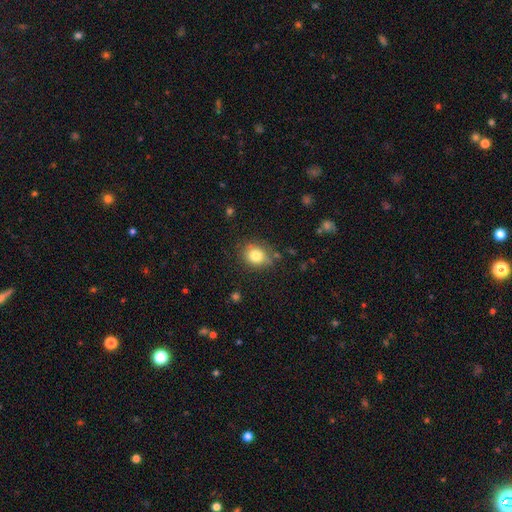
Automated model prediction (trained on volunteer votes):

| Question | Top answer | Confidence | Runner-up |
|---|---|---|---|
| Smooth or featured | smooth | 80% | star or artifact (10%) |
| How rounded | round | 60% | in between (39%) |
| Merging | none | 76% | minor disturbance (17%) |